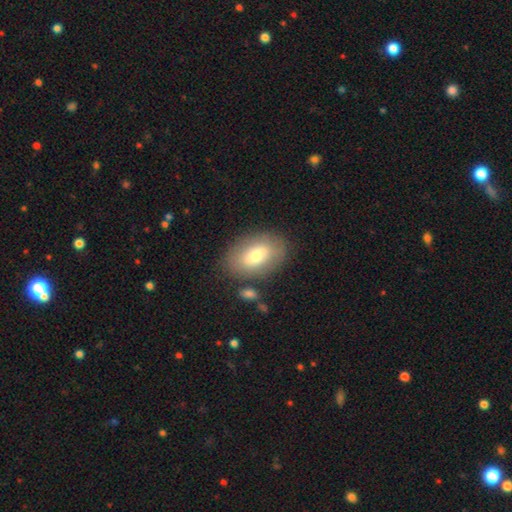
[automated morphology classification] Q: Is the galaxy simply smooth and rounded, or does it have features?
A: smooth — 68%.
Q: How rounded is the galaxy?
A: in between — 89%.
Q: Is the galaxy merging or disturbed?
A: none — 80%.